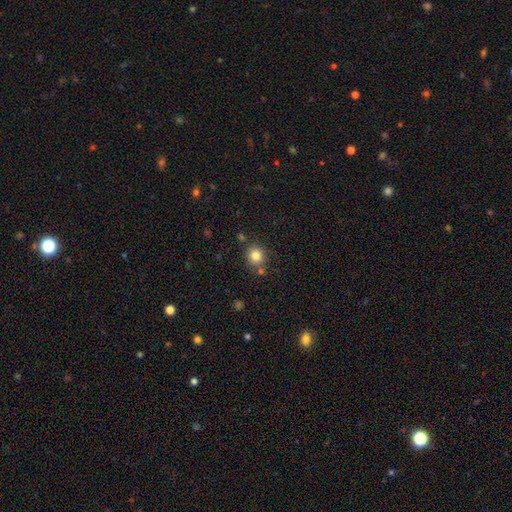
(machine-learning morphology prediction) Smooth or featured: smooth — 82% (star or artifact — 11%)
How rounded: round — 87% (in between — 12%)
Merging: none — 78% (minor disturbance — 10%)